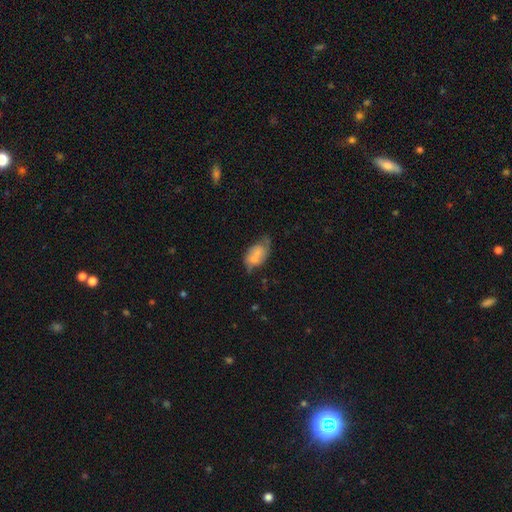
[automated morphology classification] Smooth or featured: smooth — 57% (featured or disk — 35%)
How rounded: in between — 88% (round — 9%)
Merging: merger — 30% (tied with none — 30%)